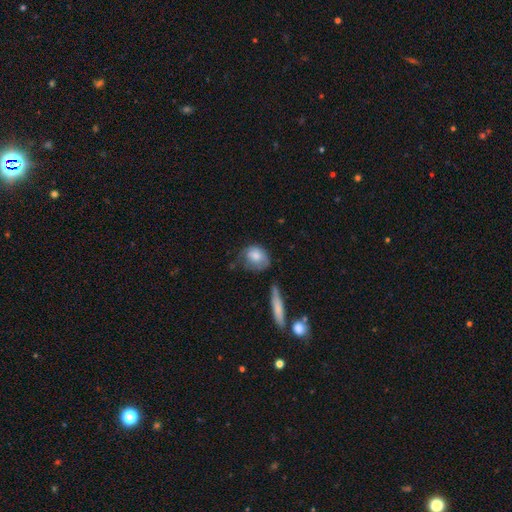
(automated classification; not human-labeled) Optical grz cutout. It shows a smooth galaxy with no disk features (74%) that is in between round and cigar-shaped (51%). Merging: none (39%).